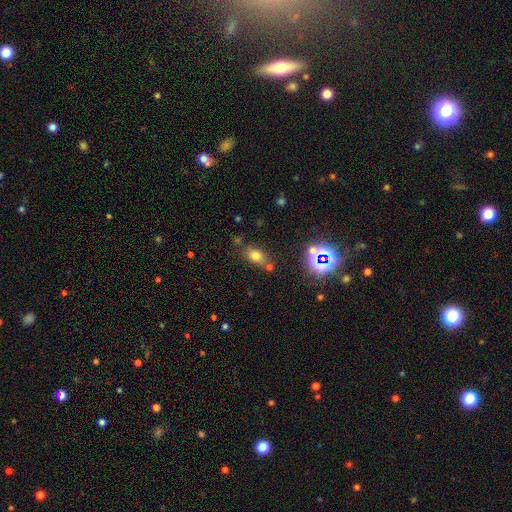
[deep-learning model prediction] Smooth or featured?
  - smooth: 70% *
  - star or artifact: 20%
  - featured or disk: 10%
How rounded?
  - in between: 75% *
  - round: 22%
  - cigar-shaped: 3%
Merging?
  - none: 65% *
  - merger: 15%
  - minor disturbance: 15%
  - major disturbance: 6%